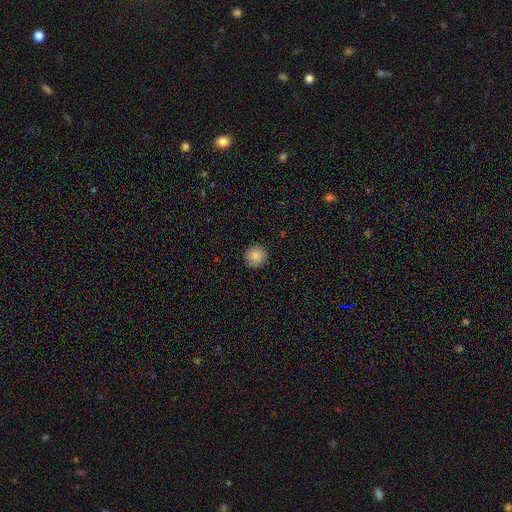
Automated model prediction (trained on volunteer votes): Q: Smooth or featured?
A: smooth (85%); runner-up: star or artifact (9%)
Q: How rounded?
A: round (94%); runner-up: in between (5%)
Q: Merging?
A: none (92%); runner-up: minor disturbance (6%)